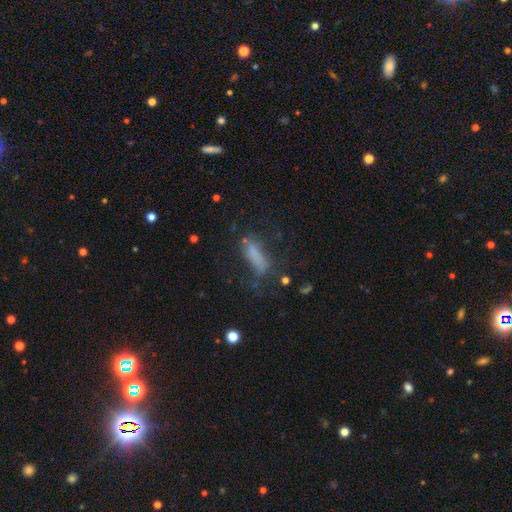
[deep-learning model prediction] smooth 62%, featured or disk 24%, star or artifact 15%. Down the decision tree: how rounded — cigar-shaped (52%); merging — none (46%).